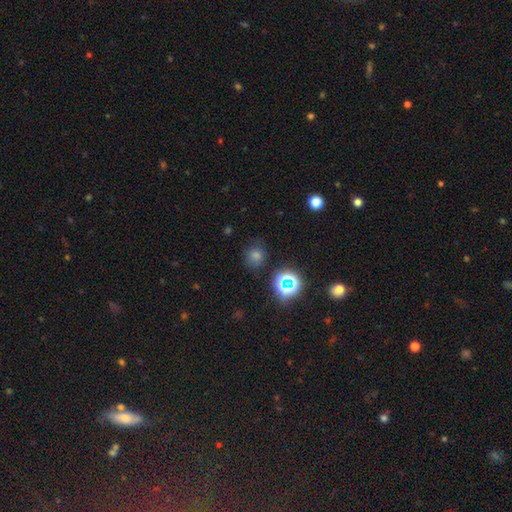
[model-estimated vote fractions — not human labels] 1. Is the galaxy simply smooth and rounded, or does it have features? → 54% smooth, 39% star or artifact, 7% featured or disk.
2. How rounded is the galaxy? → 86% round, 13% in between, 1% cigar-shaped.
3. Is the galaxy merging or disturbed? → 84% none, 9% minor disturbance, 3% major disturbance, 3% merger.